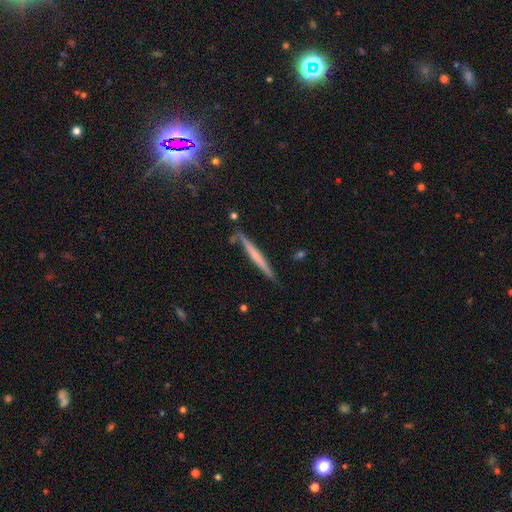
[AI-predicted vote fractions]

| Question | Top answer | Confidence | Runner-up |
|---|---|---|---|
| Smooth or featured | featured or disk | 50% | smooth (44%) |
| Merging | none | 77% | minor disturbance (16%) |